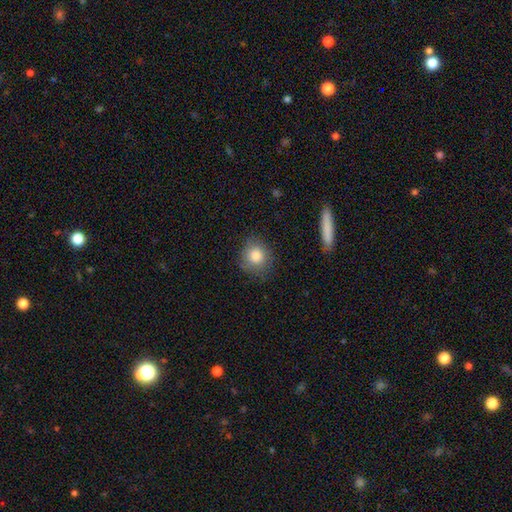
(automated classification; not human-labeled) smooth-or-featured: smooth: 82% | star or artifact: 9% | featured or disk: 8%
  how-rounded: round: 81% | in between: 18% | cigar-shaped: 1%
  merging: none: 80% | minor disturbance: 14% | major disturbance: 4% | merger: 2%